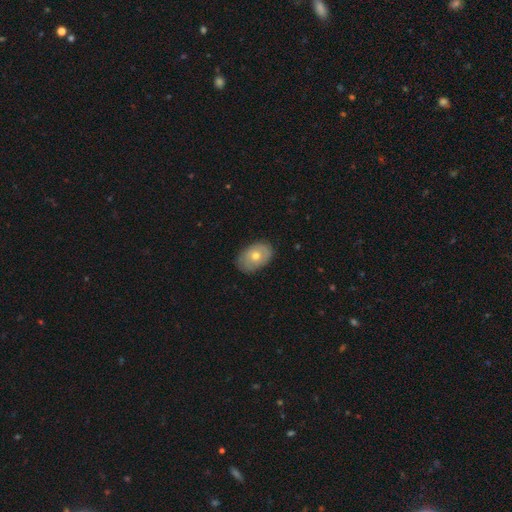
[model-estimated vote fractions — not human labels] A smooth galaxy with no disk features (59%) that is in between round and cigar-shaped (84%). Merging: none (83%).